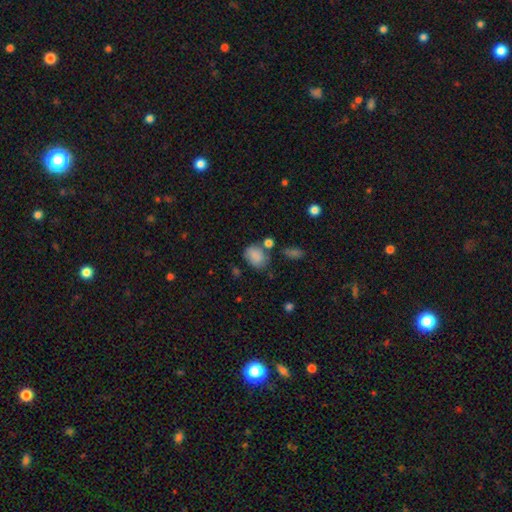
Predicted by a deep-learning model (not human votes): The model was most divided on "how rounded": in between: 61%, round: 38%, cigar-shaped: 1%. More confident: smooth or featured — smooth (82%); merging — none (55%).